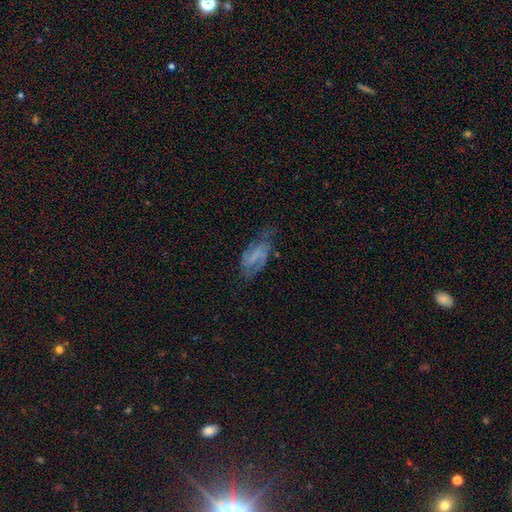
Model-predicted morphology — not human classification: Smooth or featured: featured or disk — 67% (smooth — 24%)
Edge-on disk: no — 95% (yes — 5%)
Bar: weak — 41% (strong — 30%)
Spiral arms: yes — 86% (no — 14%)
Spiral winding: medium — 44% (loose — 33%)
Spiral arm count: 2 — 80% (can't tell — 10%)
Bulge size: none — 63% (small — 25%)
Merging: none — 57% (minor disturbance — 25%)